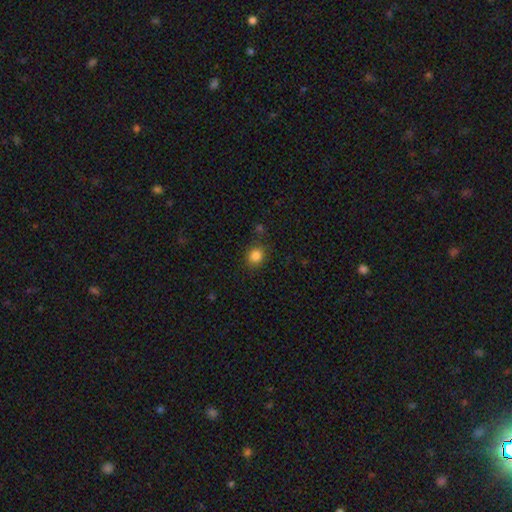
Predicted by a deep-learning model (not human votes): Q: Smooth or featured?
A: smooth (84%); runner-up: star or artifact (11%)
Q: How rounded?
A: round (74%); runner-up: in between (25%)
Q: Merging?
A: none (83%); runner-up: minor disturbance (11%)